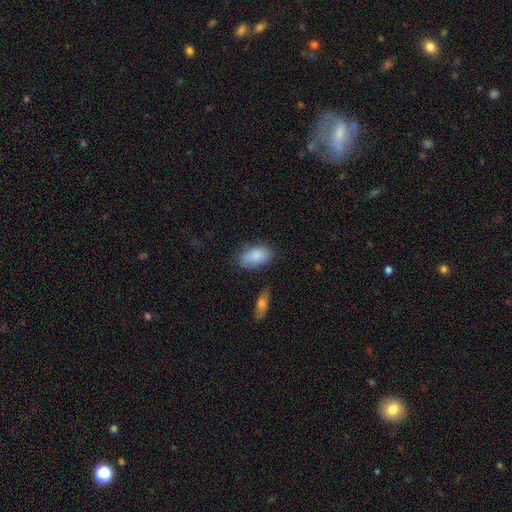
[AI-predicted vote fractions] Smooth or featured: smooth — 87% (featured or disk — 7%)
How rounded: in between — 93% (round — 4%)
Merging: none — 71% (minor disturbance — 21%)